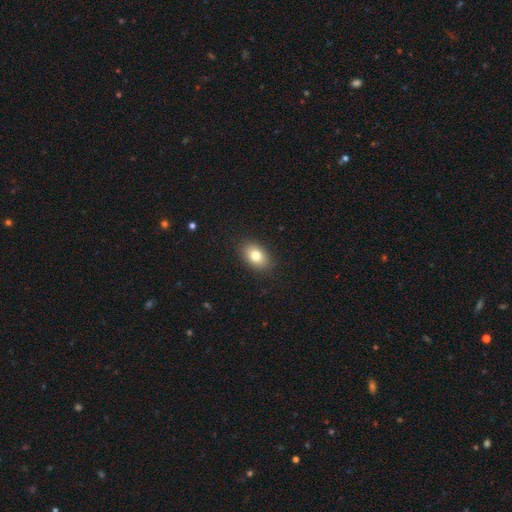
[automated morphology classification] smooth 80%, featured or disk 11%, star or artifact 9%. Down the decision tree: how rounded — in between (83%); merging — none (88%).